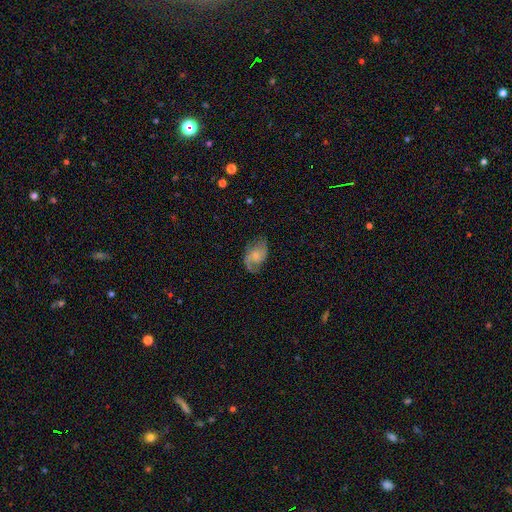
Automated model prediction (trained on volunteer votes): Smooth or featured? Predicted: featured or disk (p=0.63). Edge-on disk? Predicted: no (p=0.96). Bar? Predicted: no (p=0.62). Spiral arms? Predicted: yes (p=0.88). Spiral winding? Predicted: loose (p=0.42). Spiral arm count? Predicted: 2 (p=0.74). Bulge size? Predicted: small (p=0.53). Merging? Predicted: none (p=0.62).